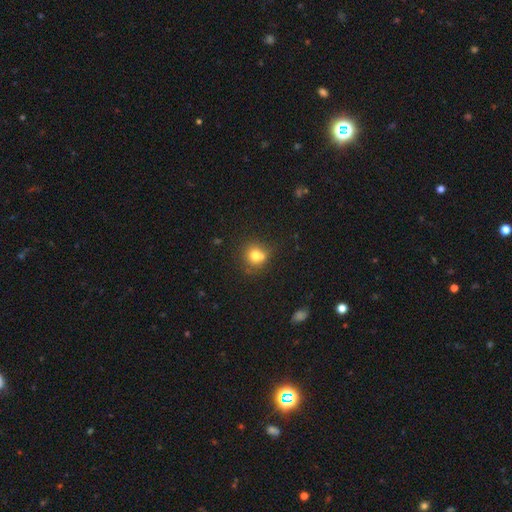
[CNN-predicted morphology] Smooth or featured?
  - smooth: 73% *
  - featured or disk: 14%
  - star or artifact: 13%
How rounded?
  - round: 82% *
  - in between: 17%
  - cigar-shaped: 1%
Merging?
  - none: 51% *
  - merger: 30%
  - minor disturbance: 14%
  - major disturbance: 5%